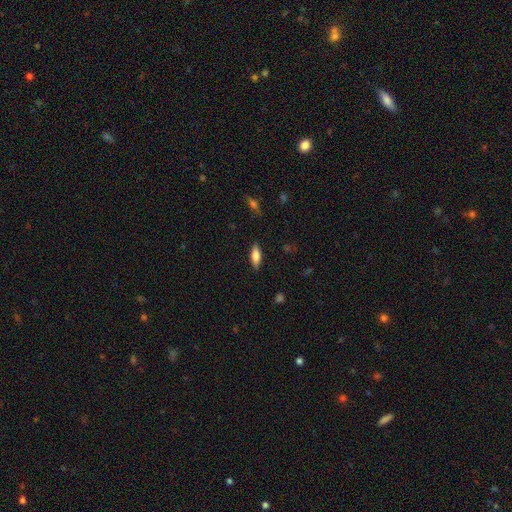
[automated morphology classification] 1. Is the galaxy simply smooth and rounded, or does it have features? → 75% smooth, 18% featured or disk, 7% star or artifact.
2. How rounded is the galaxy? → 66% in between, 32% cigar-shaped, 2% round.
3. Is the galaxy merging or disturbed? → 87% none, 10% minor disturbance, 2% major disturbance, 1% merger.